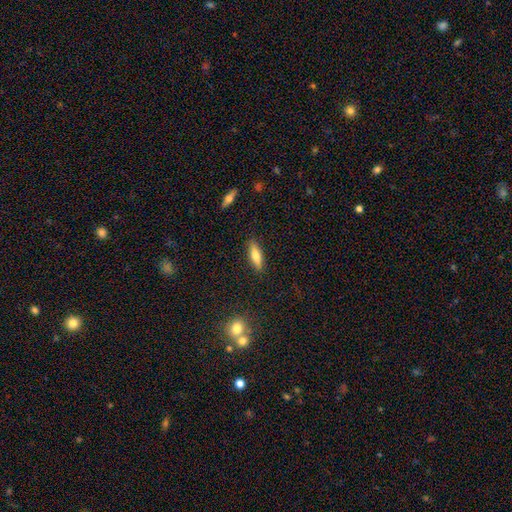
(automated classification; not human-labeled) This appears to be a smooth galaxy with no disk features (67%) that is cigar-shaped (59%). Merging: none (88%).